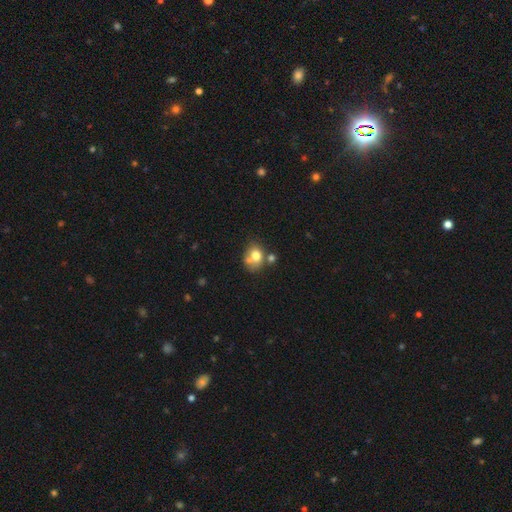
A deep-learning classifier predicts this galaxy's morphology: This is likely a smooth galaxy (72%). How rounded: possibly round (55%). Merging: marginally none (42%).